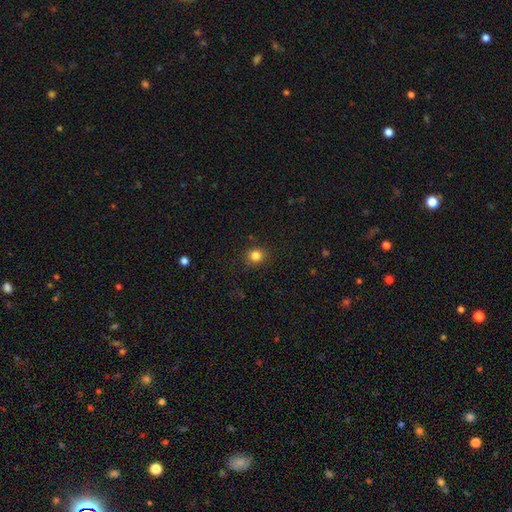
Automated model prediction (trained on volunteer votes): This is clearly a smooth galaxy (82%). How rounded: clearly round (81%). Merging: clearly none (86%).